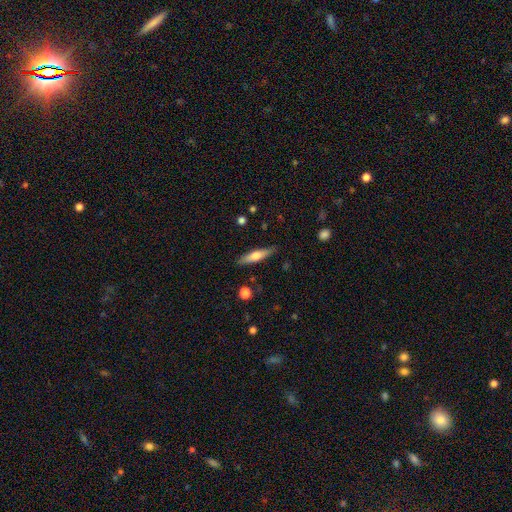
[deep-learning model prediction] smooth_or_featured: smooth (p=0.57) [alt: featured or disk p=0.37]
how_rounded: cigar-shaped (p=0.79) [alt: in between p=0.19]
merging: none (p=0.87) [alt: minor disturbance p=0.10]